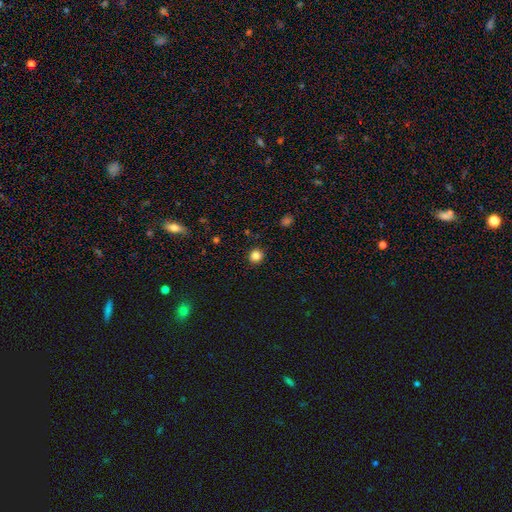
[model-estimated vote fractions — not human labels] This appears to be a smooth galaxy with no disk features (83%) that is round (90%). Merging: none (91%).